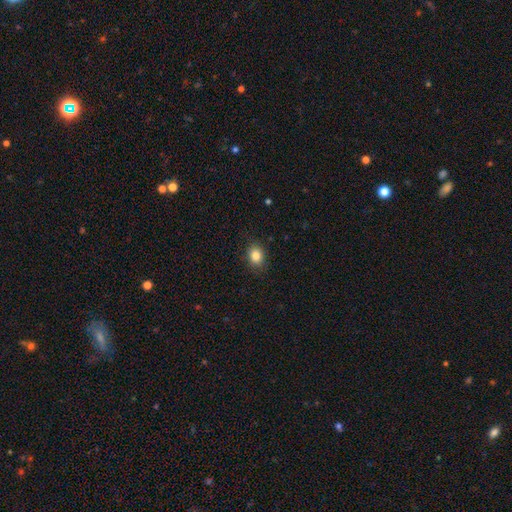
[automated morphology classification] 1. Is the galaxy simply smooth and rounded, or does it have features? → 85% smooth, 10% star or artifact, 5% featured or disk.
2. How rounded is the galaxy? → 53% in between, 46% round, 1% cigar-shaped.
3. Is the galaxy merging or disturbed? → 86% none, 10% minor disturbance, 3% major disturbance, 1% merger.